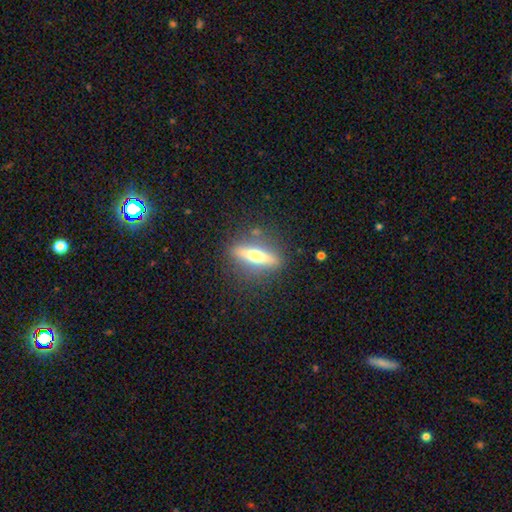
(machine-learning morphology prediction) Smooth or featured? Predicted: featured or disk (p=0.54). Edge-on disk? Predicted: yes (p=0.86). Merging? Predicted: none (p=0.84).